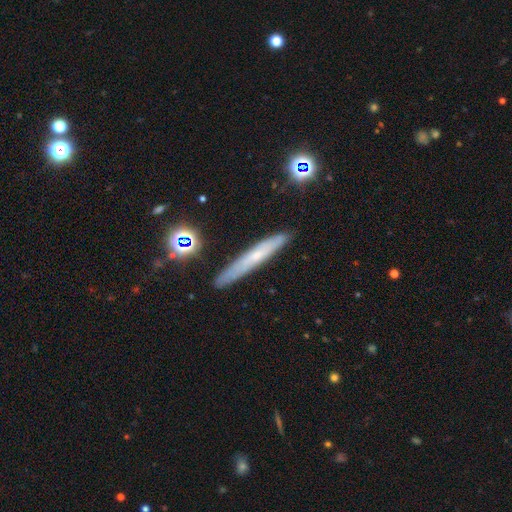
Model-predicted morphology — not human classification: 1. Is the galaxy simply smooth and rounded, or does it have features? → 48% featured or disk, 42% smooth, 10% star or artifact.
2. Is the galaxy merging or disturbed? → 87% none, 9% minor disturbance, 2% major disturbance, 2% merger.